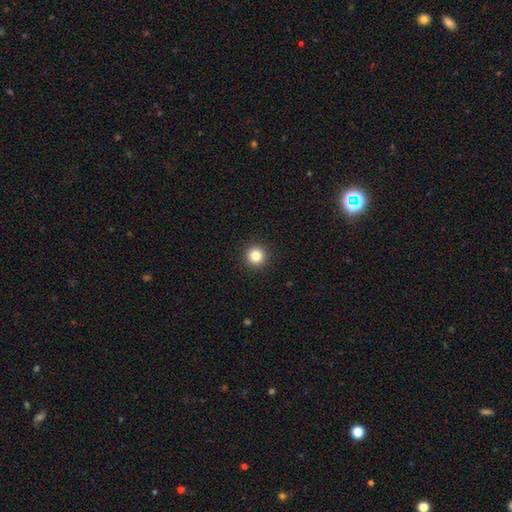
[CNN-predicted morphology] A smooth galaxy with no disk features (84%) that is round (96%).

Vote fractions:
- Smooth or featured? smooth: 84% / star or artifact: 11% / featured or disk: 5%
- How rounded? round: 96% / in between: 3% / cigar-shaped: 1%
- Merging? none: 93% / minor disturbance: 4% / major disturbance: 2% / merger: 1%